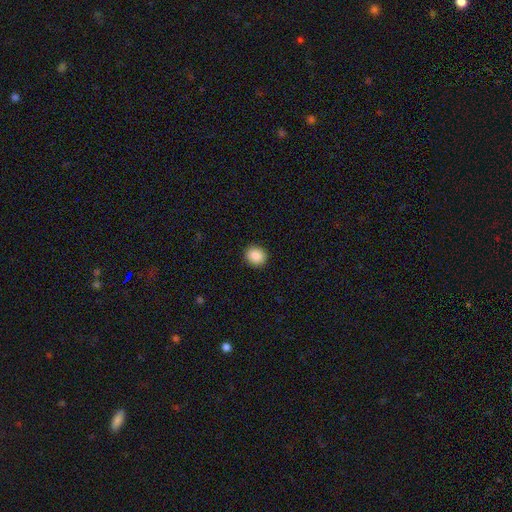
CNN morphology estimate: smooth_or_featured: smooth (p=0.89) [alt: star or artifact p=0.08]
how_rounded: round (p=0.80) [alt: in between p=0.19]
merging: none (p=0.92) [alt: minor disturbance p=0.05]